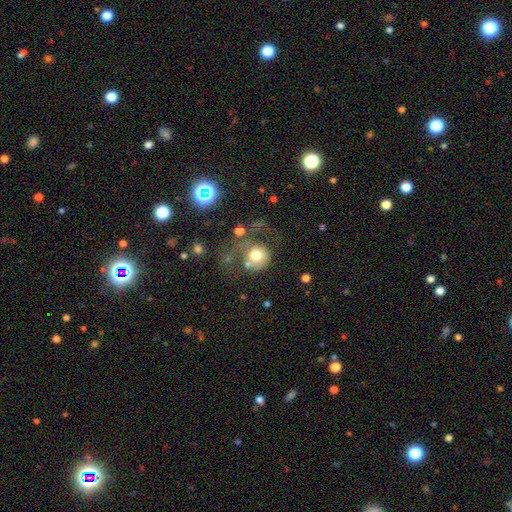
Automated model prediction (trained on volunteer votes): This is likely a smooth galaxy (64%). How rounded: clearly round (81%). Merging: marginally major disturbance (41%).